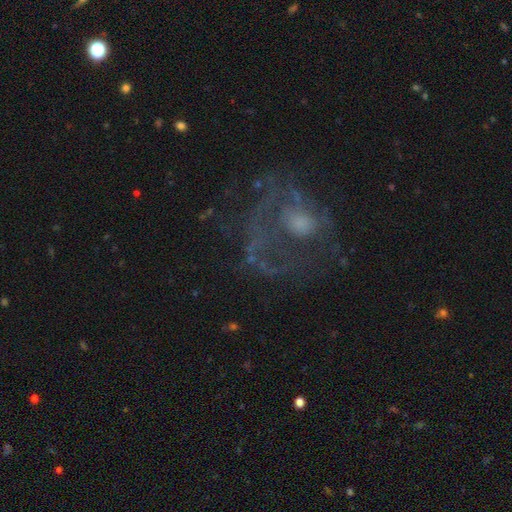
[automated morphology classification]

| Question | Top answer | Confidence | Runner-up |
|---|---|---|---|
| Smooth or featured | featured or disk | 67% | smooth (17%) |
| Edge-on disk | no | 97% | yes (3%) |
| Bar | no | 81% | weak (15%) |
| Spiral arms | yes | 54% | no (46%) |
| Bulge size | moderate | 45% | small (27%) |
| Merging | none | 43% | major disturbance (38%) |